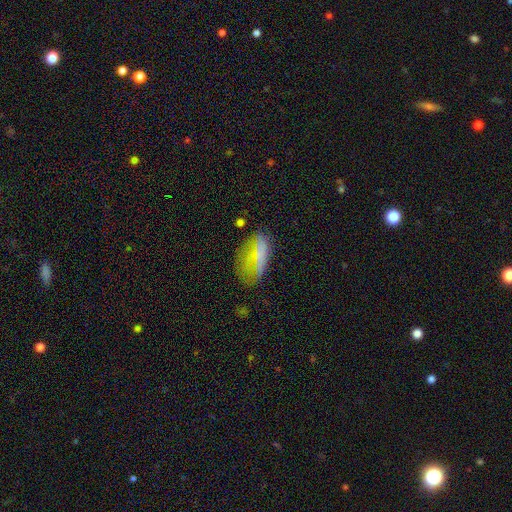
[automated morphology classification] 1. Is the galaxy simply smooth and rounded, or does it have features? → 50% smooth, 32% featured or disk, 18% star or artifact.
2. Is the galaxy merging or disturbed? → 54% none, 25% minor disturbance, 17% major disturbance, 4% merger.